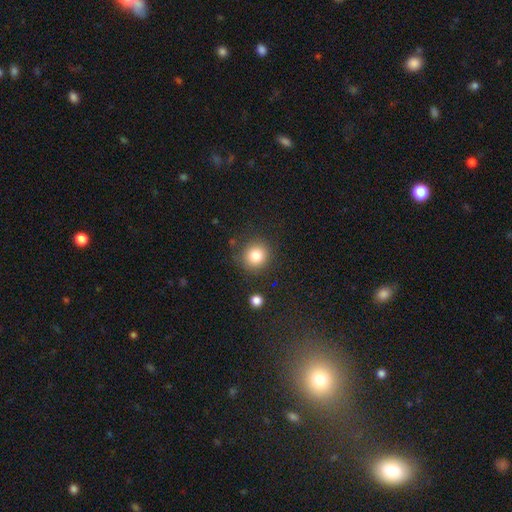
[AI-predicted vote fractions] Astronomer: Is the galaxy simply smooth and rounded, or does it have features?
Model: smooth — 83%.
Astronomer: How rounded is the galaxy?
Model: round — 90%.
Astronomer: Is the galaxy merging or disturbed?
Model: none — 84%.